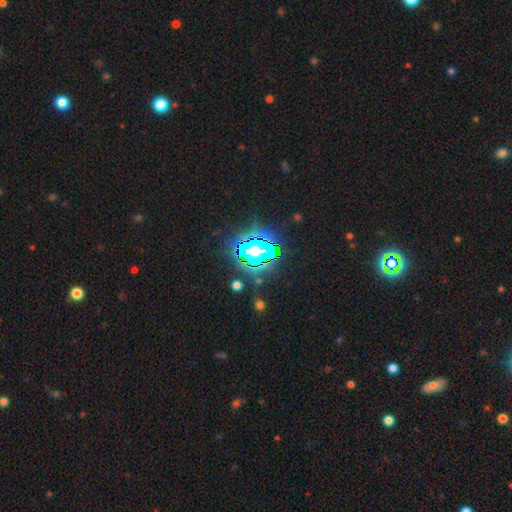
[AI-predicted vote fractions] Smooth or featured? Predicted: star or artifact (p=0.82).